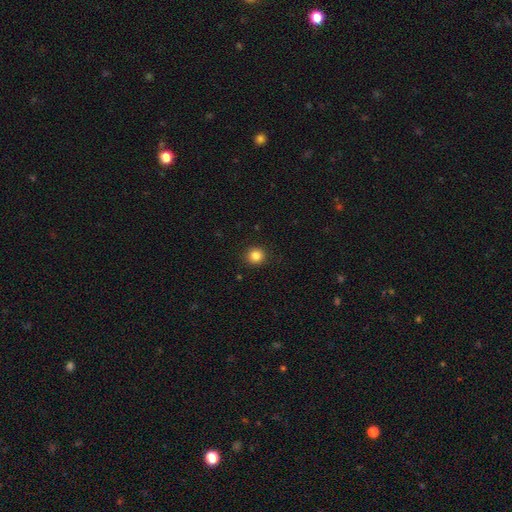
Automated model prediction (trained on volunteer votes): The model was most divided on "smooth or featured": smooth: 85%, star or artifact: 11%, featured or disk: 4%. More confident: how rounded — round (91%); merging — none (91%).